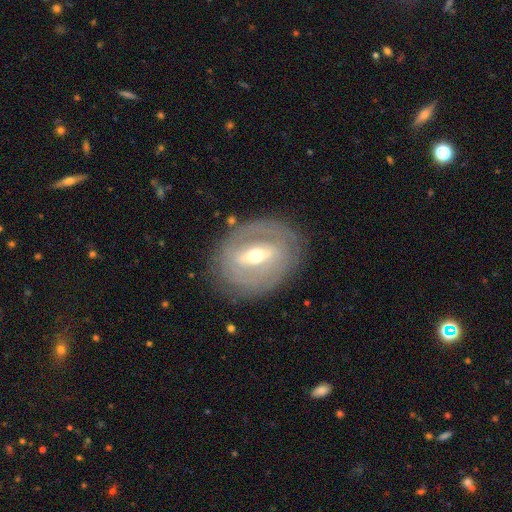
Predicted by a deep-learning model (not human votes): A featured or disk galaxy (77%) with a strong bar (57%), spiral arms (59%) and a moderate central bulge (57%).

Vote fractions:
- Smooth or featured? featured or disk: 77% / smooth: 17% / star or artifact: 6%
- Edge-on disk? no: 90% / yes: 10%
- Bar? strong: 57% / weak: 31% / no: 11%
- Spiral arms? yes: 59% / no: 41%
- Bulge size? moderate: 57% / small: 37% / large: 4% / dominant: 1% / none: 1%
- Merging? none: 80% / minor disturbance: 13% / major disturbance: 6% / merger: 2%